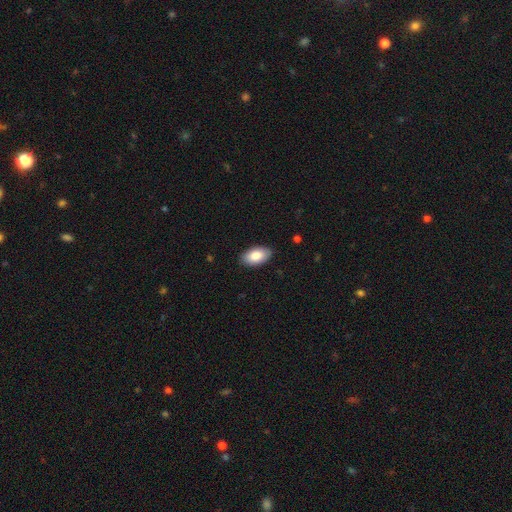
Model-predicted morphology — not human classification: smooth-or-featured: smooth: 86% | featured or disk: 8% | star or artifact: 6%
  how-rounded: in between: 95% | round: 3% | cigar-shaped: 2%
  merging: none: 87% | minor disturbance: 10% | major disturbance: 2% | merger: 1%